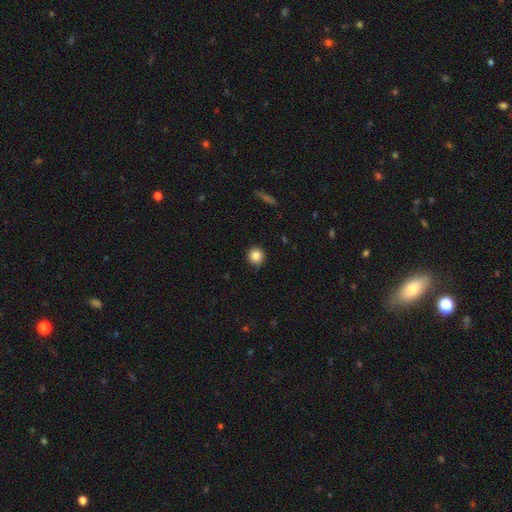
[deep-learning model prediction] smooth-or-featured: smooth: 85% | star or artifact: 10% | featured or disk: 5%
  how-rounded: round: 93% | in between: 6% | cigar-shaped: 1%
  merging: none: 85% | minor disturbance: 12% | major disturbance: 2% | merger: 1%